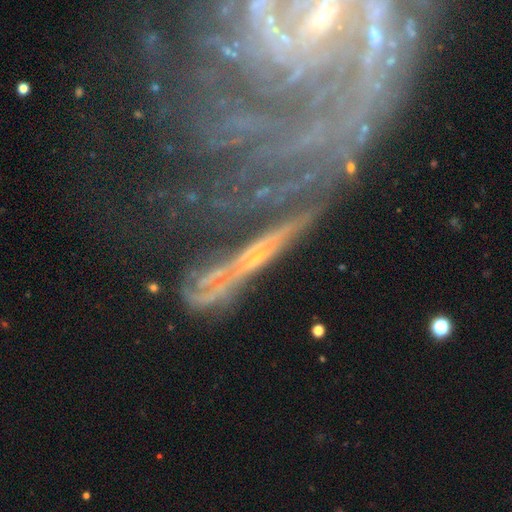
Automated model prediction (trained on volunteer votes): A featured or disk galaxy (69%) viewed edge-on (52%). Merging: none (63%).